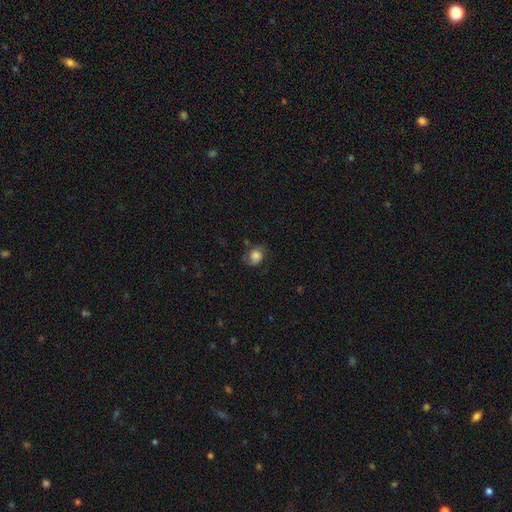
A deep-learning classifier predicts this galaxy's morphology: smooth_or_featured: smooth (p=0.68) [alt: featured or disk p=0.22]
how_rounded: round (p=0.52) [alt: in between p=0.47]
merging: none (p=0.57) [alt: minor disturbance p=0.27]